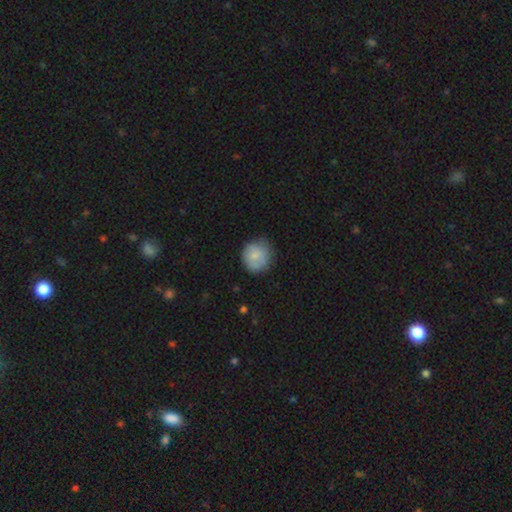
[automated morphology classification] A smooth galaxy with no disk features (75%) that is round (86%). Merging: none (71%).